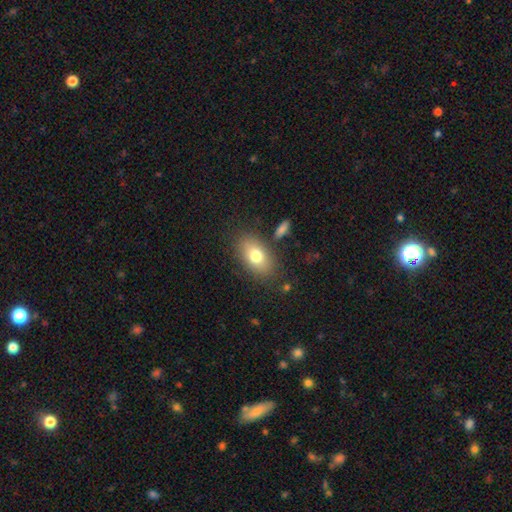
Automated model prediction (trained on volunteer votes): smooth_or_featured: smooth (p=0.75) [alt: featured or disk p=0.16]
how_rounded: in between (p=0.88) [alt: round p=0.10]
merging: none (p=0.79) [alt: minor disturbance p=0.12]